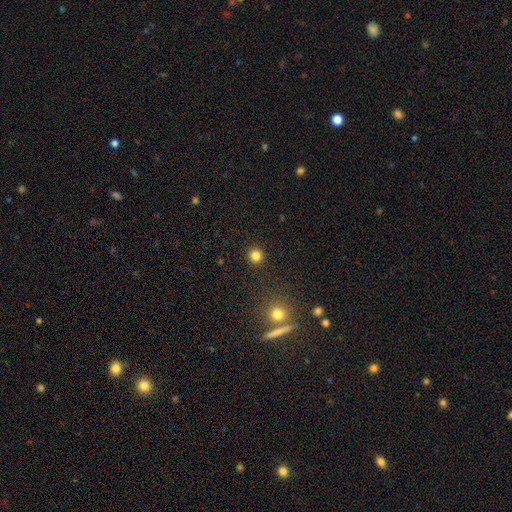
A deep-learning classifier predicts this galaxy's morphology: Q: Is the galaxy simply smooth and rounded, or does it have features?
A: smooth — 82%.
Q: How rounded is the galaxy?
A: round — 95%.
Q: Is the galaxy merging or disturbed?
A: none — 92%.